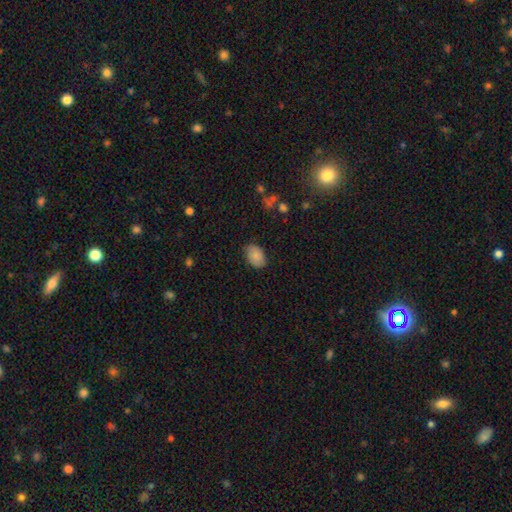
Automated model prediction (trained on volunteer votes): Smooth or featured: smooth — 83% (featured or disk — 10%)
How rounded: in between — 86% (round — 13%)
Merging: none — 80% (minor disturbance — 16%)